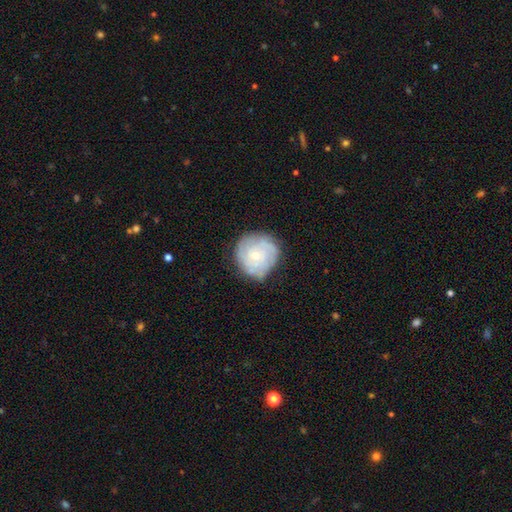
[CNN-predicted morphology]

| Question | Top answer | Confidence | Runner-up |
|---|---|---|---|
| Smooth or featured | featured or disk | 58% | smooth (35%) |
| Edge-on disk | no | 98% | yes (2%) |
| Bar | no | 83% | weak (14%) |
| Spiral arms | yes | 74% | no (26%) |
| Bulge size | small | 63% | moderate (33%) |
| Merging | none | 71% | minor disturbance (21%) |